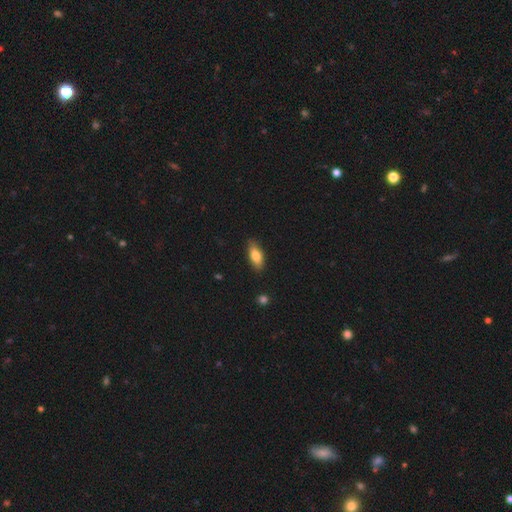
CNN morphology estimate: A smooth galaxy with no disk features (78%) that is in between round and cigar-shaped (78%).

Vote fractions:
- Smooth or featured? smooth: 78% / featured or disk: 15% / star or artifact: 7%
- How rounded? in between: 78% / cigar-shaped: 19% / round: 3%
- Merging? none: 84% / minor disturbance: 13% / major disturbance: 2% / merger: 1%